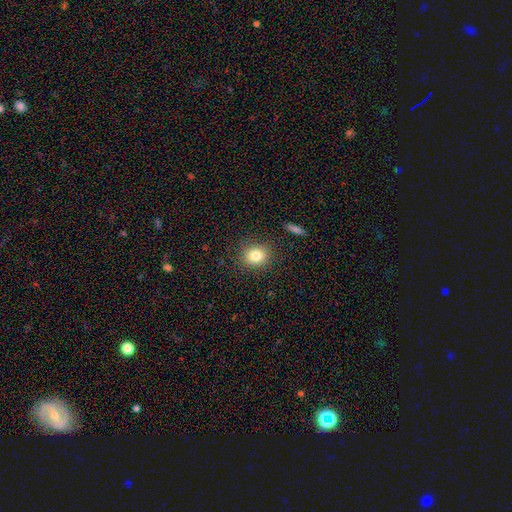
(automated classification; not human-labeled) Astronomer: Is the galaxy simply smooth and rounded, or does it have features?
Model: smooth — 81%.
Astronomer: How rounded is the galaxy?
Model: round — 81%.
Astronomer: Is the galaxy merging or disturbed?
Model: none — 87%.